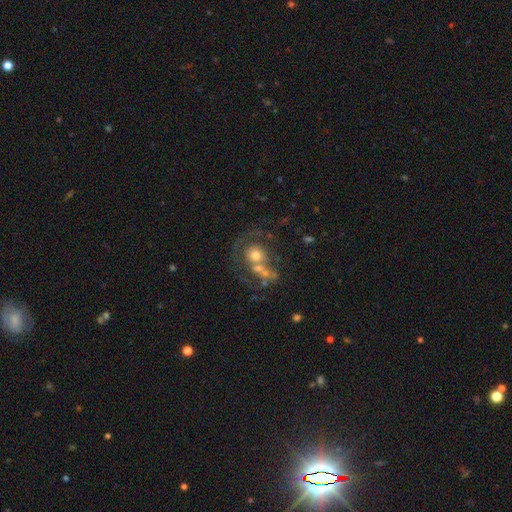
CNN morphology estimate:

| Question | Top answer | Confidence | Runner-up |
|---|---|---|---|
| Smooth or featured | featured or disk | 53% | smooth (34%) |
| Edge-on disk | no | 96% | yes (4%) |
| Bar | no | 86% | weak (11%) |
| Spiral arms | no | 58% | yes (42%) |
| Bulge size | moderate | 53% | large (20%) |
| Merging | merger | 35% | none (32%) |